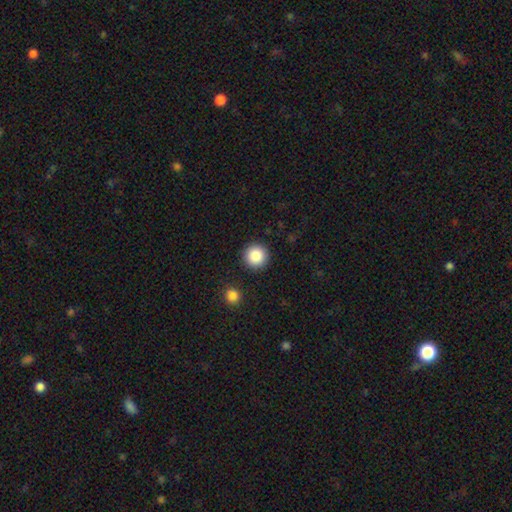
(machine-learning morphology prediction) Smooth or featured? smooth (87%)
How rounded? round (96%)
Merging? none (91%)